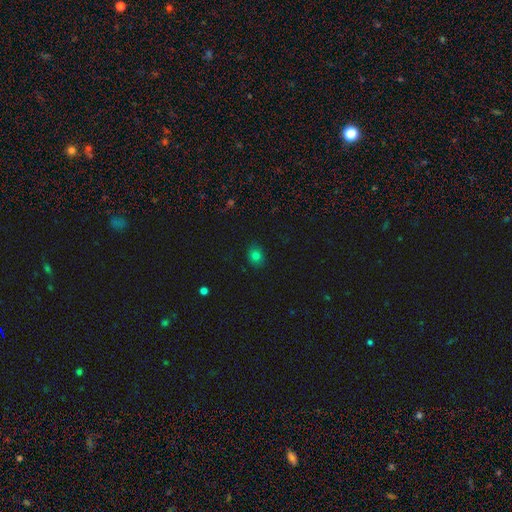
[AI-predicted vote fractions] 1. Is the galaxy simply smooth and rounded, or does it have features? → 78% smooth, 15% star or artifact, 7% featured or disk.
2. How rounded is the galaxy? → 53% round, 46% in between, 1% cigar-shaped.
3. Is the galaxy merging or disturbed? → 85% none, 11% minor disturbance, 2% major disturbance, 1% merger.